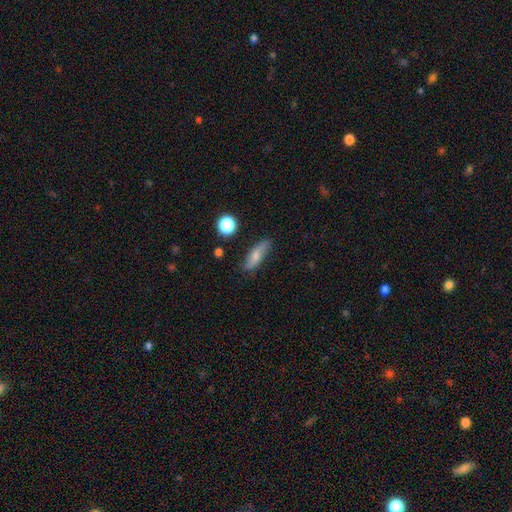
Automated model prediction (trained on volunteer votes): smooth-or-featured: smooth: 65% | featured or disk: 26% | star or artifact: 9%
  how-rounded: in between: 56% | cigar-shaped: 39% | round: 5%
  merging: none: 76% | minor disturbance: 18% | major disturbance: 4% | merger: 2%